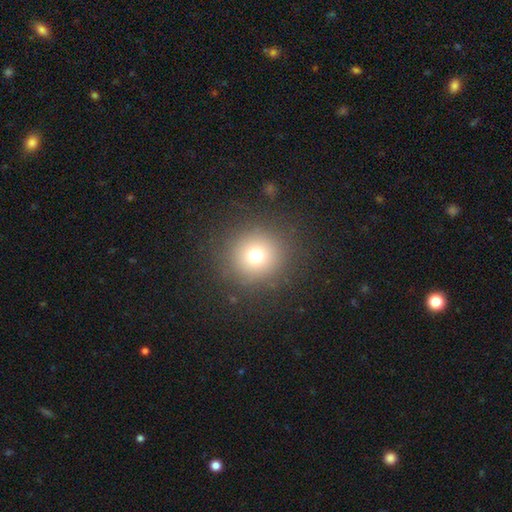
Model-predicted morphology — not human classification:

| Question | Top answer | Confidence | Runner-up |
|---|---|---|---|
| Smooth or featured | smooth | 72% | star or artifact (17%) |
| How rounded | round | 94% | in between (6%) |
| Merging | none | 87% | minor disturbance (8%) |